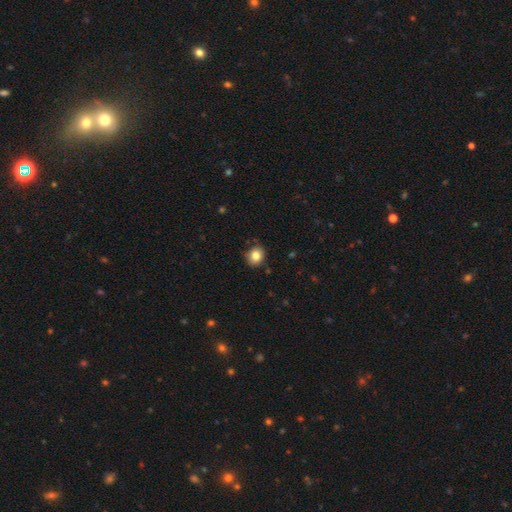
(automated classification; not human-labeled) Morphology: type=smooth (82%); roundness=round (74%); merging=none (85%).